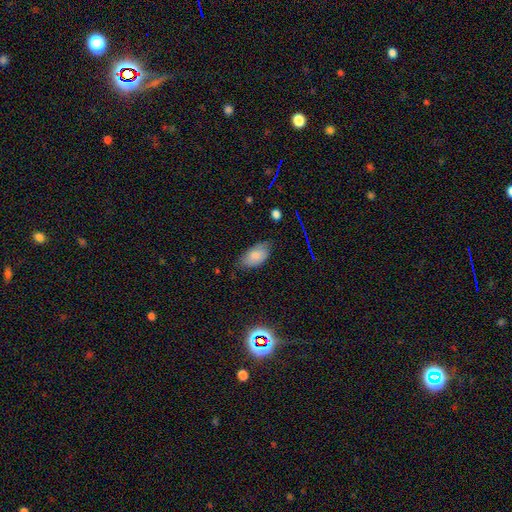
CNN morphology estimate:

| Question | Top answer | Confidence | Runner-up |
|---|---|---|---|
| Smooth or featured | smooth | 82% | featured or disk (10%) |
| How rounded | in between | 94% | round (4%) |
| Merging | none | 69% | minor disturbance (25%) |